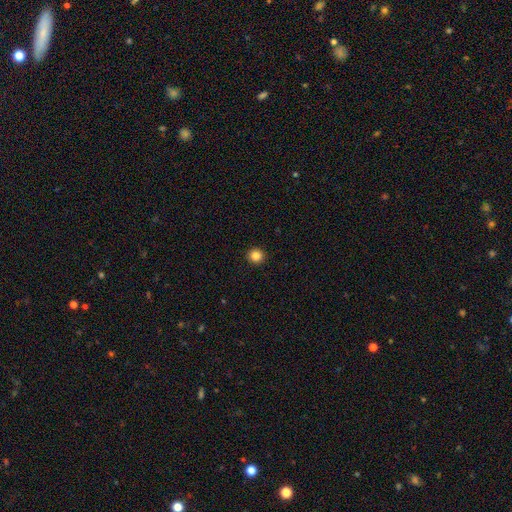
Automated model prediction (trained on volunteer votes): This appears to be a smooth galaxy with no disk features (85%) that is round (94%). Merging: none (93%).